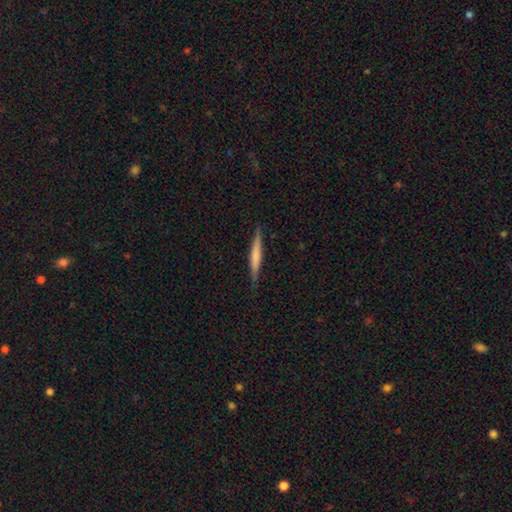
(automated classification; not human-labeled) Q: Smooth or featured?
A: smooth (51%); runner-up: featured or disk (43%)
Q: How rounded?
A: cigar-shaped (95%); runner-up: in between (4%)
Q: Merging?
A: none (89%); runner-up: minor disturbance (8%)